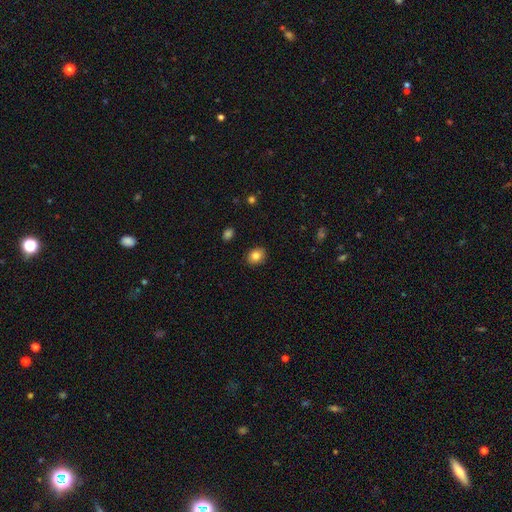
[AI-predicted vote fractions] smooth_or_featured: smooth (p=0.83) [alt: star or artifact p=0.09]
how_rounded: round (p=0.55) [alt: in between p=0.44]
merging: none (p=0.89) [alt: minor disturbance p=0.08]